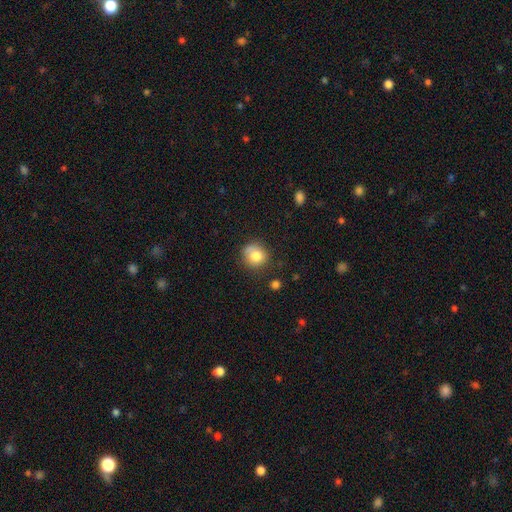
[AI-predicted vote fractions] Smooth or featured? Predicted: smooth (p=0.79). How rounded? Predicted: round (p=0.85). Merging? Predicted: none (p=0.66).